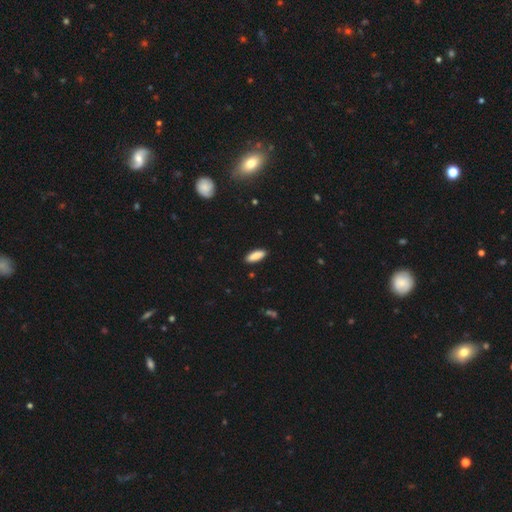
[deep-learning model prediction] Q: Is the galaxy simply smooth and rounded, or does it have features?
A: smooth — 88%.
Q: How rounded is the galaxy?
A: in between — 66%.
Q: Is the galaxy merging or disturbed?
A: none — 89%.